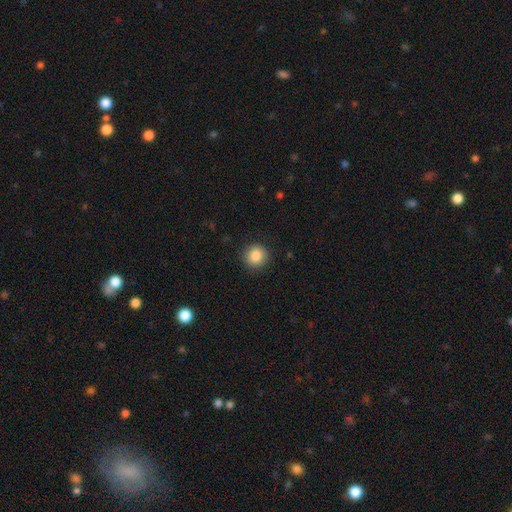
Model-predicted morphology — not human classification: Q: Smooth or featured?
A: smooth (86%); runner-up: star or artifact (9%)
Q: How rounded?
A: round (94%); runner-up: in between (6%)
Q: Merging?
A: none (90%); runner-up: minor disturbance (7%)